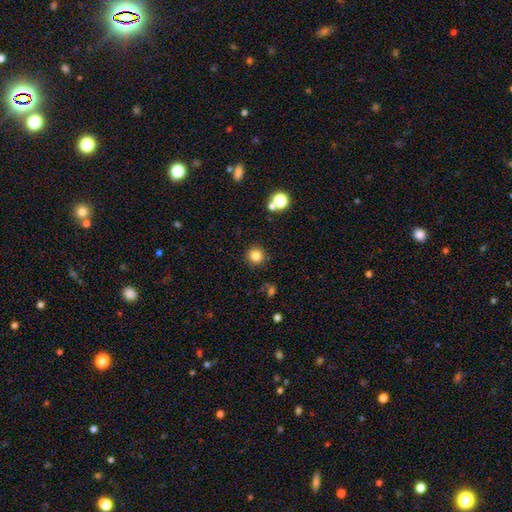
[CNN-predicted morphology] Smooth or featured? smooth (83%)
How rounded? round (94%)
Merging? none (88%)